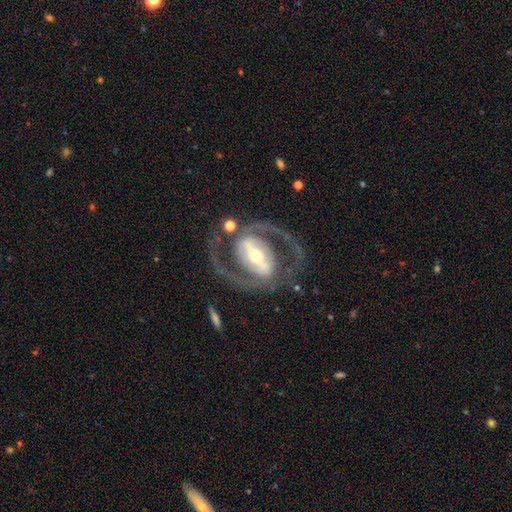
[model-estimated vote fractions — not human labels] The model was most divided on "bulge size": moderate: 47%, small: 45%, large: 6%, dominant: 1%, none: 1%. More confident: edge-on disk — no (97%); spiral arms — yes (96%); spiral arm count — 2 (93%); smooth or featured — featured or disk (92%); merging — none (79%); bar — strong (69%); spiral winding — medium (60%).